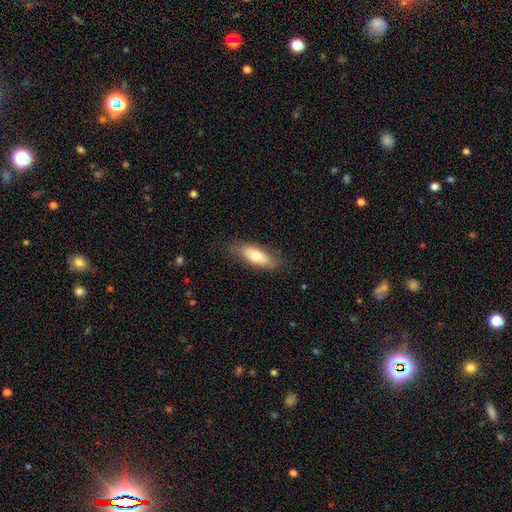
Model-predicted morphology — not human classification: The model was most divided on "smooth or featured": smooth: 66%, featured or disk: 28%, star or artifact: 6%. More confident: merging — none (77%); how rounded — in between (75%).